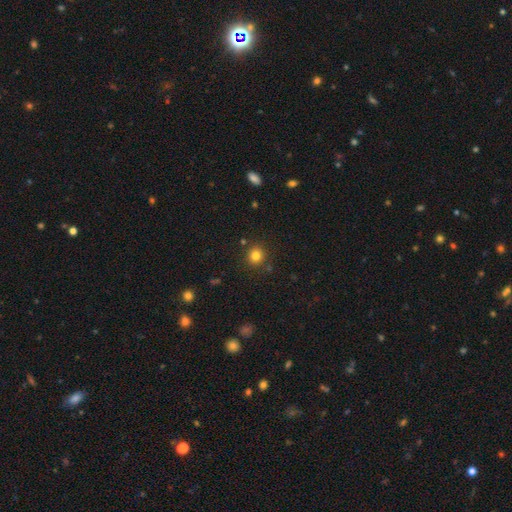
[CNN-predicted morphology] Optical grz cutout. It shows a smooth galaxy with no disk features (81%) that is round (88%). Merging: none (87%).